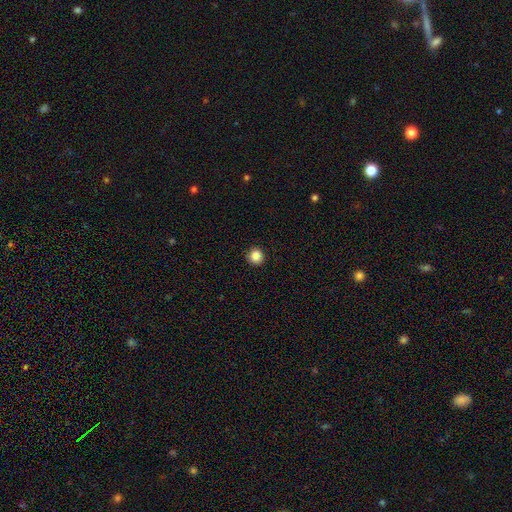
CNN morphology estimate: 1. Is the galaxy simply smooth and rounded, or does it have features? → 86% smooth, 10% star or artifact, 3% featured or disk.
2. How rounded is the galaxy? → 95% round, 4% in between, 1% cigar-shaped.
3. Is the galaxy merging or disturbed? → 93% none, 5% minor disturbance, 2% major disturbance, 1% merger.